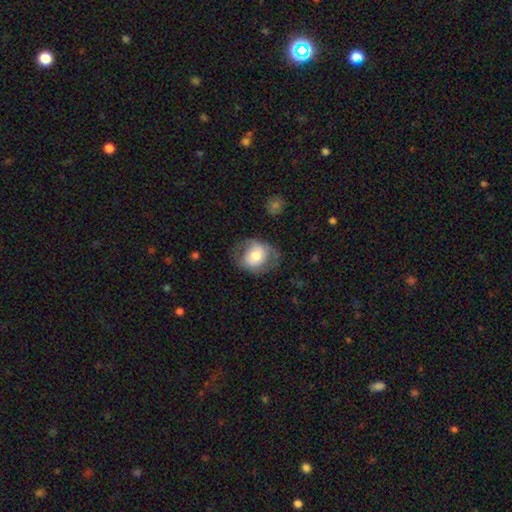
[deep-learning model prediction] This appears to be a smooth galaxy with no disk features (61%) that is round (53%). Merging: none (59%).